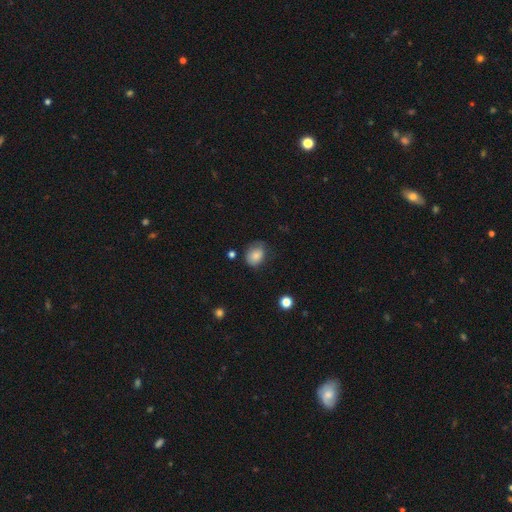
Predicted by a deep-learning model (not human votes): Q: Smooth or featured?
A: smooth (83%); runner-up: star or artifact (9%)
Q: How rounded?
A: in between (57%); runner-up: round (42%)
Q: Merging?
A: none (62%); runner-up: minor disturbance (28%)